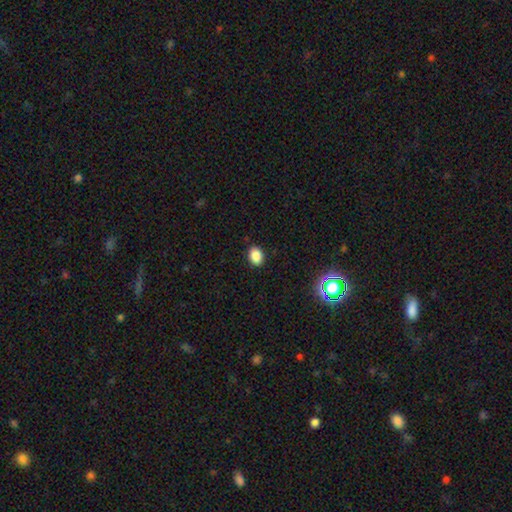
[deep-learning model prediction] Morphology: type=smooth (86%); roundness=in between (66%); merging=none (89%).